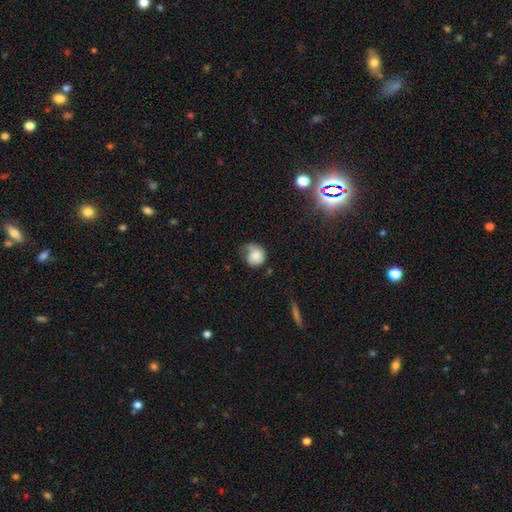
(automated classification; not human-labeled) Q: Smooth or featured?
A: smooth (67%); runner-up: featured or disk (24%)
Q: How rounded?
A: round (76%); runner-up: in between (23%)
Q: Merging?
A: minor disturbance (37%); runner-up: none (36%)